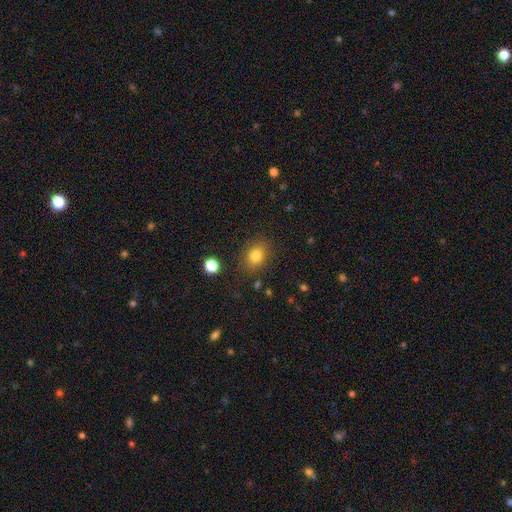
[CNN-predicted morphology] smooth 81%, star or artifact 11%, featured or disk 7%. Down the decision tree: how rounded — in between (50%); merging — none (83%).